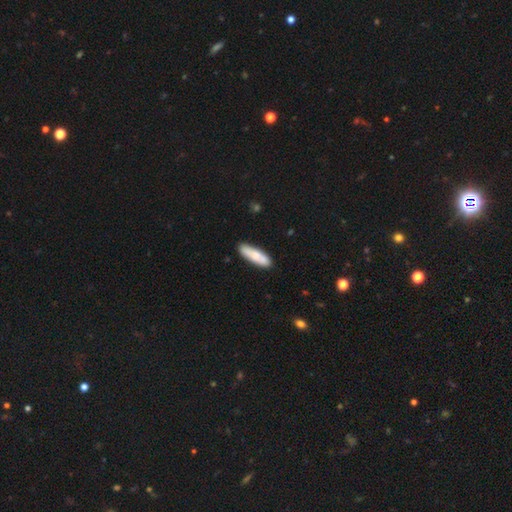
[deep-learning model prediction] Morphology: type=smooth (72%); roundness=cigar-shaped (58%); merging=none (78%).